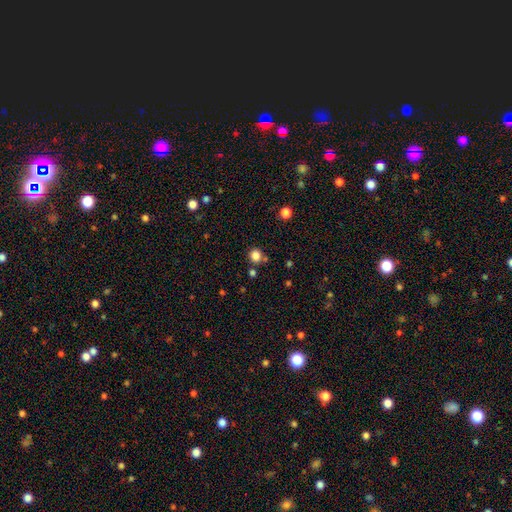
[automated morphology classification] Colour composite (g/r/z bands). It shows a smooth galaxy with no disk features (83%) that is round (89%). Merging: none (80%).